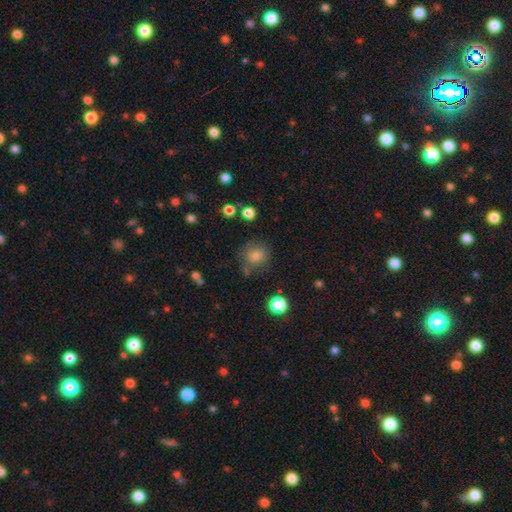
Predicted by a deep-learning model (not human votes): smooth_or_featured: smooth (p=0.74) [alt: star or artifact p=0.14]
how_rounded: round (p=0.86) [alt: in between p=0.13]
merging: none (p=0.70) [alt: minor disturbance p=0.17]